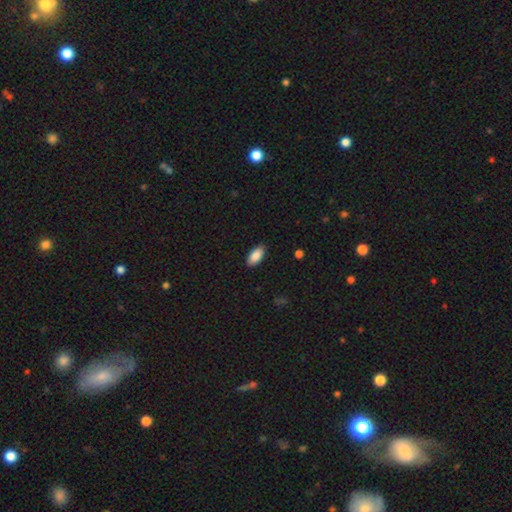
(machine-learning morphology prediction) Overall: smooth (88%). How rounded: in between (92%). Merging: none (88%).